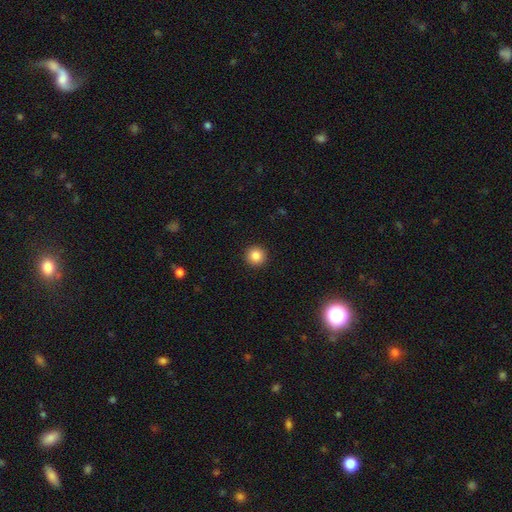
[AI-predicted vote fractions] Overall: smooth (86%). How rounded: round (95%). Merging: none (93%).